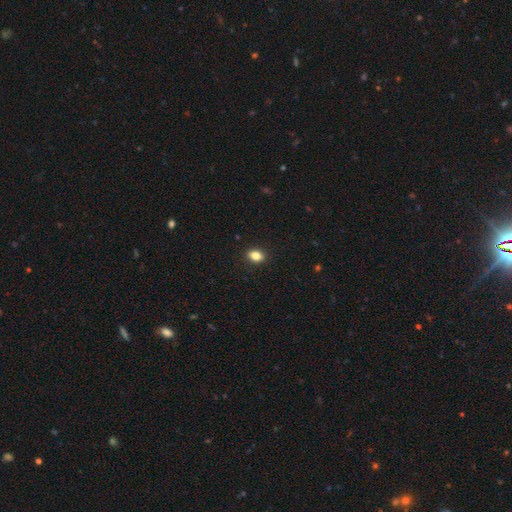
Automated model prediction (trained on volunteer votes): Overall: smooth (85%). How rounded: in between (71%). Merging: none (90%).